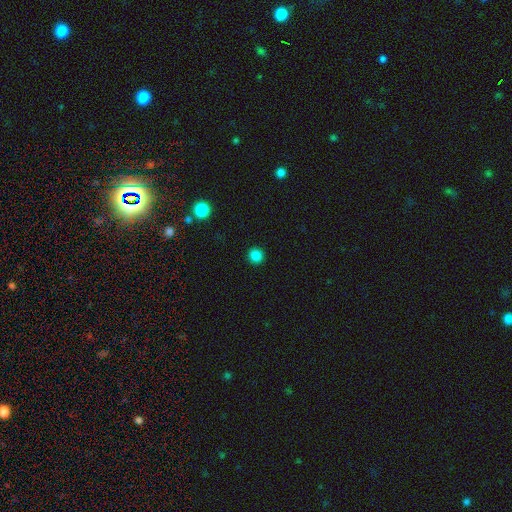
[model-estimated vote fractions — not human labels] The model was most divided on "smooth or featured": smooth: 85%, star or artifact: 12%, featured or disk: 3%. More confident: how rounded — round (93%); merging — none (92%).